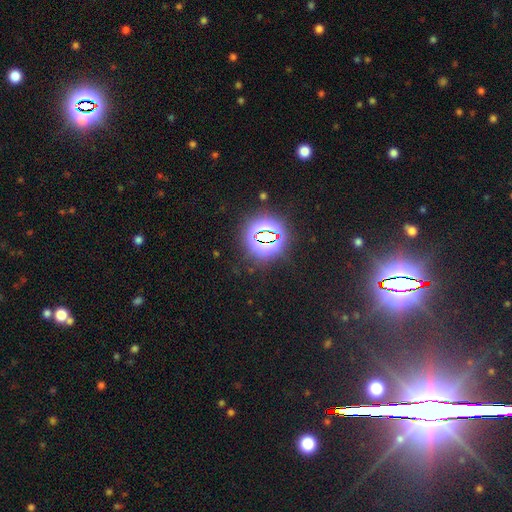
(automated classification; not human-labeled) A star or artifact, not a galaxy (81%).